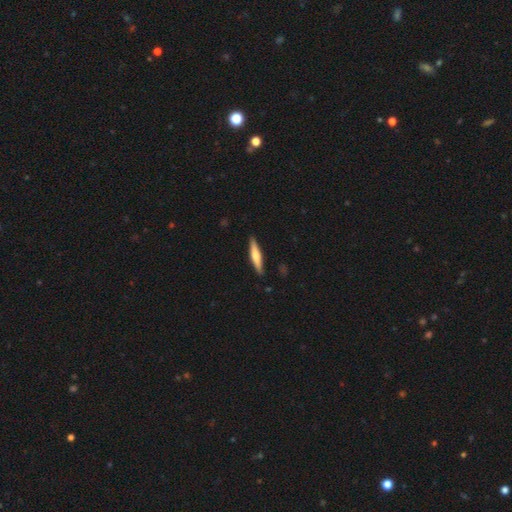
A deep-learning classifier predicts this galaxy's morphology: A smooth galaxy with no disk features (49%).

Vote fractions:
- Smooth or featured? smooth: 49% / featured or disk: 46% / star or artifact: 5%
- Merging? none: 90% / minor disturbance: 8% / major disturbance: 1% / merger: 1%